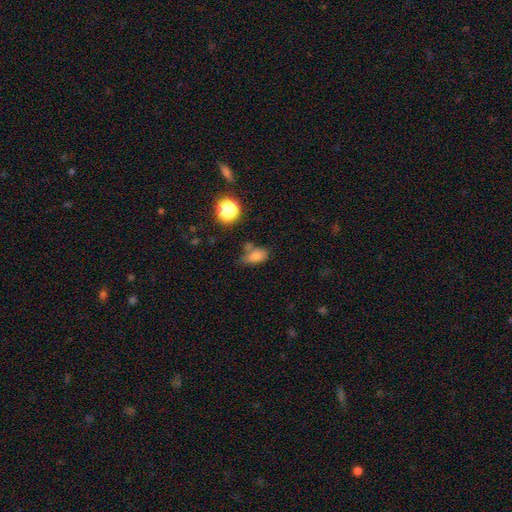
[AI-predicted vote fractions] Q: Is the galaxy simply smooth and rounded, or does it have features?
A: smooth — 78%.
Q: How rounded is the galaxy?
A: in between — 81%.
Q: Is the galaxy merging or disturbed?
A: none — 50%.